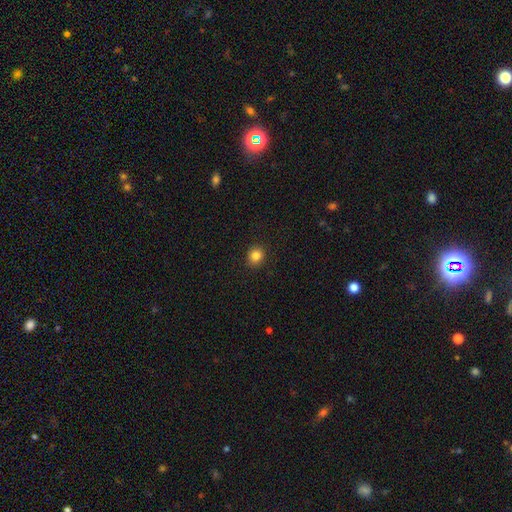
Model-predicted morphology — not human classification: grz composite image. It shows a smooth galaxy with no disk features (84%) that is round (76%). Merging: none (90%).